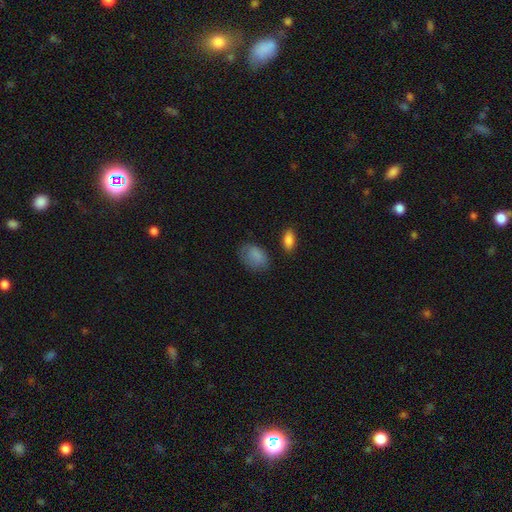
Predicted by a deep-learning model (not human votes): Smooth or featured: smooth — 84% (star or artifact — 8%)
How rounded: in between — 85% (round — 14%)
Merging: none — 65% (minor disturbance — 24%)